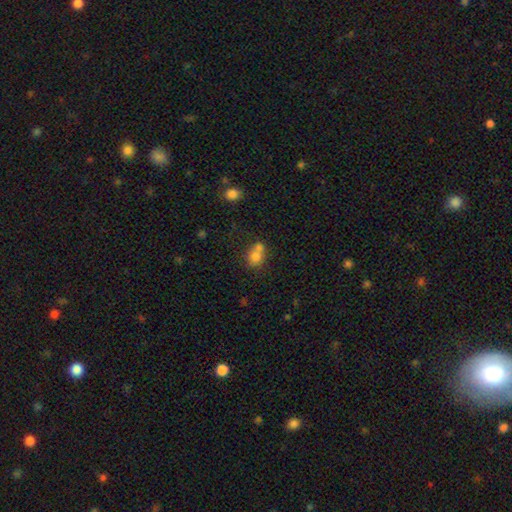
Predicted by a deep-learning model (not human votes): Smooth or featured? smooth (75%)
How rounded? round (62%)
Merging? merger (50%)